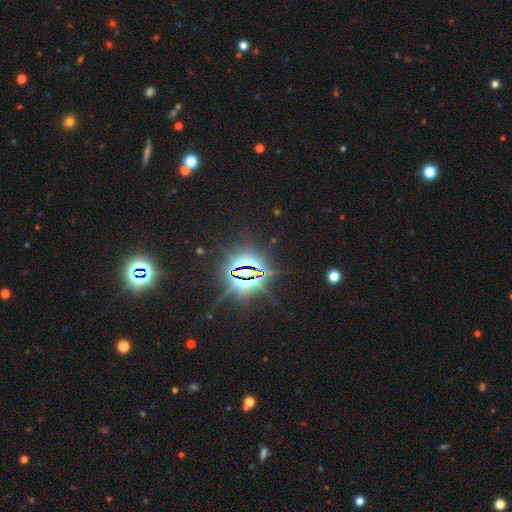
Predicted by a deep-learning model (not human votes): Smooth or featured: star or artifact — 85% (featured or disk — 8%)